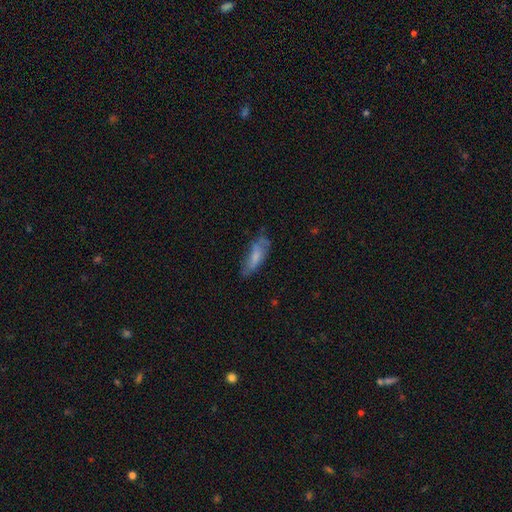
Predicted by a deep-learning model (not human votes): smooth 66%, featured or disk 27%, star or artifact 7%. Down the decision tree: how rounded — in between (57%); merging — none (58%).